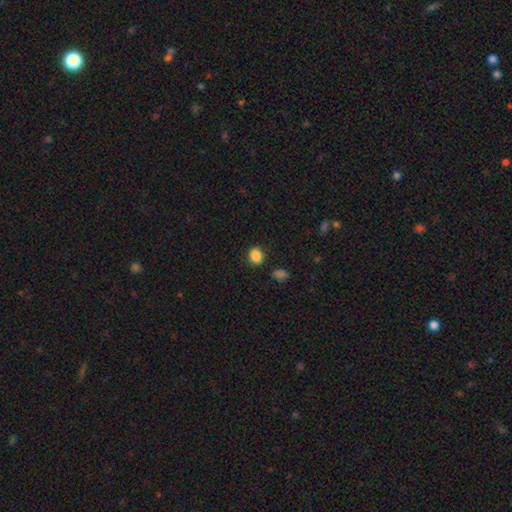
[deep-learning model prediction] This is clearly a smooth galaxy (87%). How rounded: possibly round (56%). Merging: clearly none (86%).